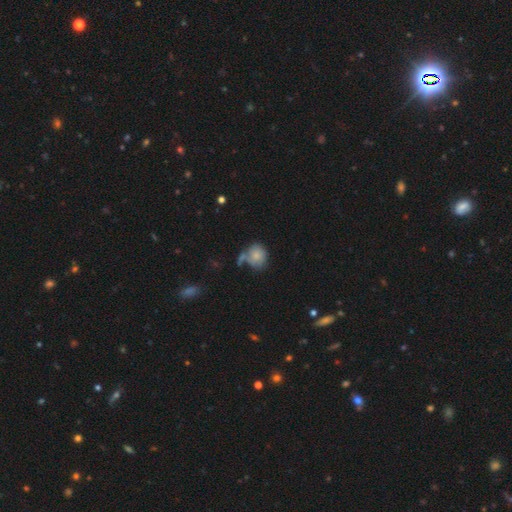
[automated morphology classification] A smooth galaxy with no disk features (78%) that is round (72%).

Vote fractions:
- Smooth or featured? smooth: 78% / featured or disk: 13% / star or artifact: 9%
- How rounded? round: 72% / in between: 27% / cigar-shaped: 1%
- Merging? none: 48% / merger: 23% / minor disturbance: 20% / major disturbance: 9%